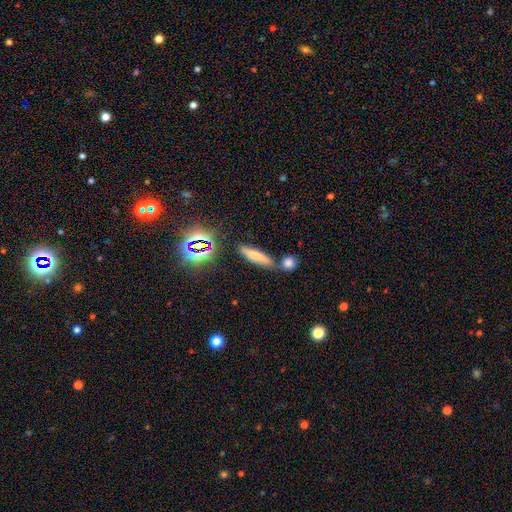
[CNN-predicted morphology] Overall: smooth (71%). How rounded: cigar-shaped (67%; in between 29%). Merging: none (67%).